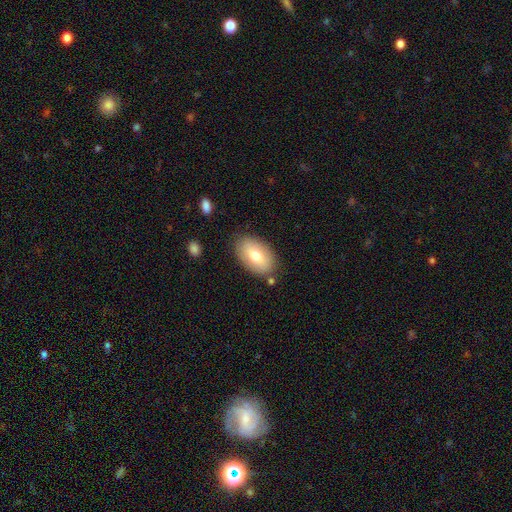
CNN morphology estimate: Smooth or featured: smooth — 70% (featured or disk — 23%)
How rounded: in between — 93% (round — 6%)
Merging: none — 81% (minor disturbance — 12%)